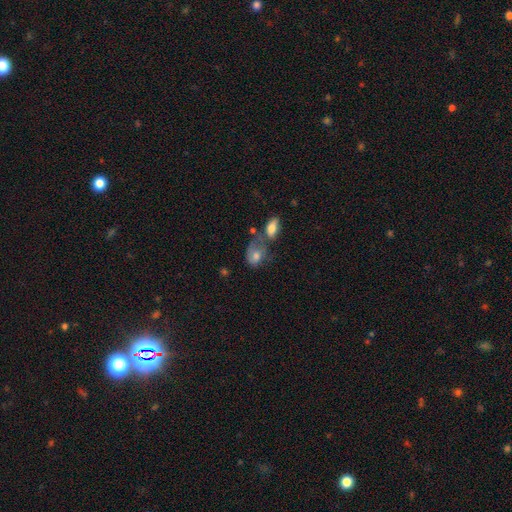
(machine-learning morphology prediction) A smooth galaxy with no disk features (68%) that is in between round and cigar-shaped (75%).

Vote fractions:
- Smooth or featured? smooth: 68% / featured or disk: 24% / star or artifact: 8%
- How rounded? in between: 75% / round: 23% / cigar-shaped: 2%
- Merging? merger: 33% / none: 23% / major disturbance: 22% / minor disturbance: 21%